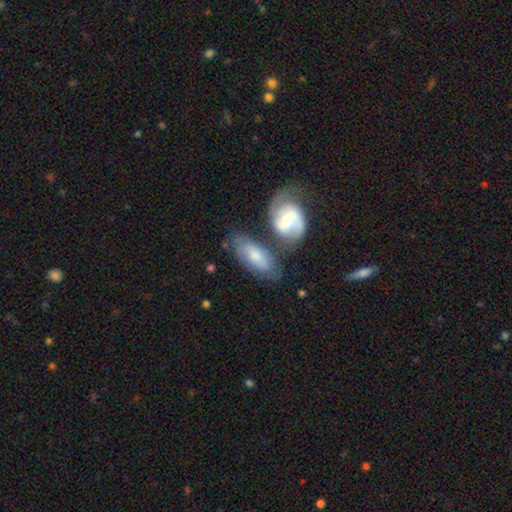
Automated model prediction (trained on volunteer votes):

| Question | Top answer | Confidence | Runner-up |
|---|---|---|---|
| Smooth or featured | featured or disk | 48% | smooth (46%) |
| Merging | none | 52% | merger (26%) |